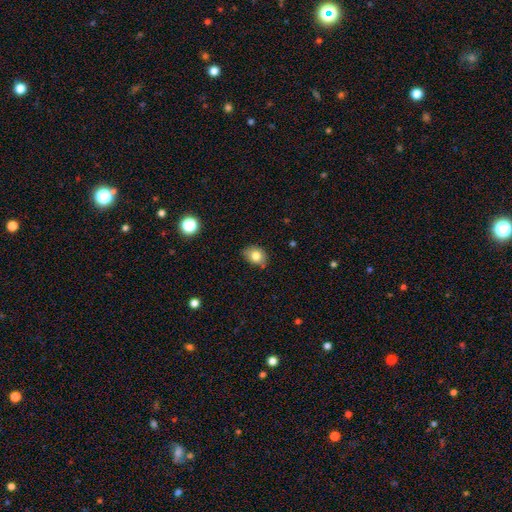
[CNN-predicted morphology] The model was most divided on "how rounded": in between: 62%, round: 37%, cigar-shaped: 1%. More confident: smooth or featured — smooth (79%); merging — none (73%).